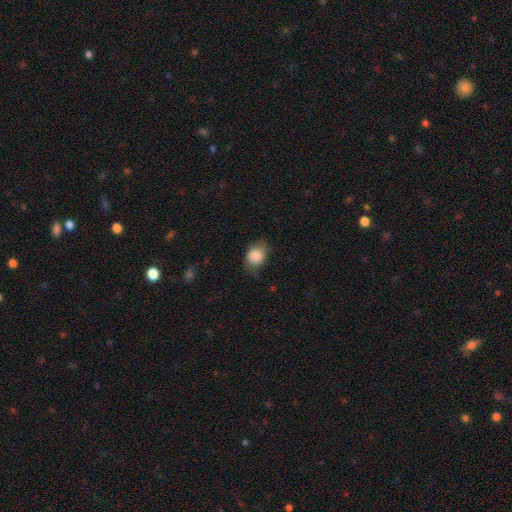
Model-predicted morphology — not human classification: Smooth or featured?
  - smooth: 83% *
  - featured or disk: 9%
  - star or artifact: 8%
How rounded?
  - in between: 53% *
  - round: 46%
  - cigar-shaped: 1%
Merging?
  - none: 67% *
  - minor disturbance: 25%
  - major disturbance: 7%
  - merger: 1%